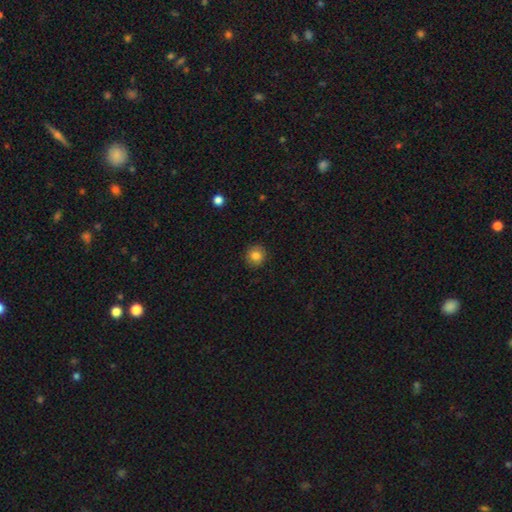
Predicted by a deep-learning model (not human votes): A smooth galaxy with no disk features (82%) that is round (89%). Merging: none (90%).